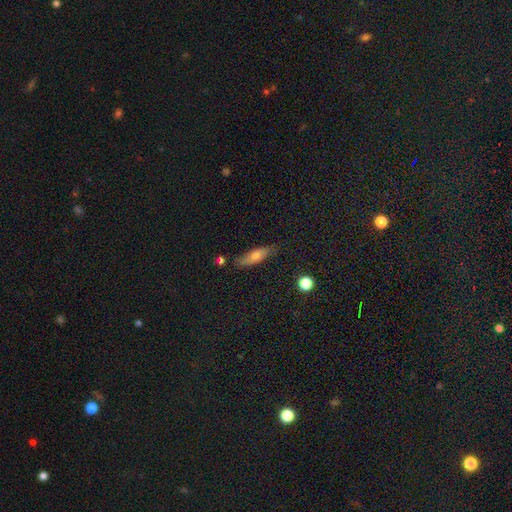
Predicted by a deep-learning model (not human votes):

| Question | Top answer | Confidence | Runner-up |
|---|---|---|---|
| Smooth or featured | smooth | 62% | featured or disk (28%) |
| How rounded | cigar-shaped | 57% | in between (39%) |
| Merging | none | 72% | minor disturbance (20%) |